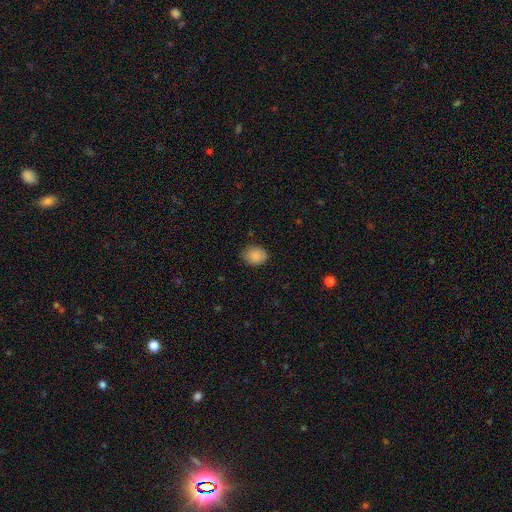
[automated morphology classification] Smooth or featured? smooth (87%)
How rounded? in between (57%)
Merging? none (78%)